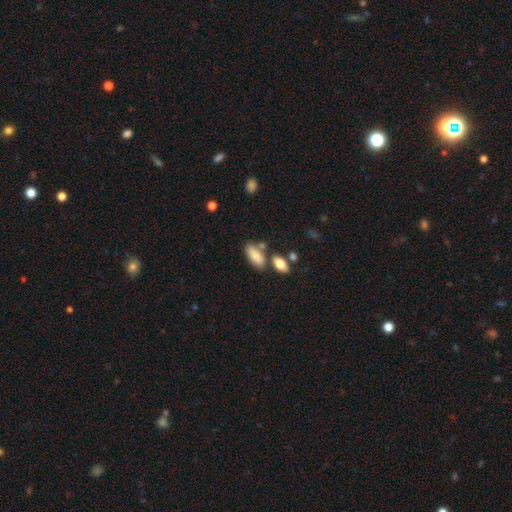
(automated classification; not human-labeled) Smooth or featured? Predicted: smooth (p=0.83). How rounded? Predicted: in between (p=0.87). Merging? Predicted: none (p=0.61).